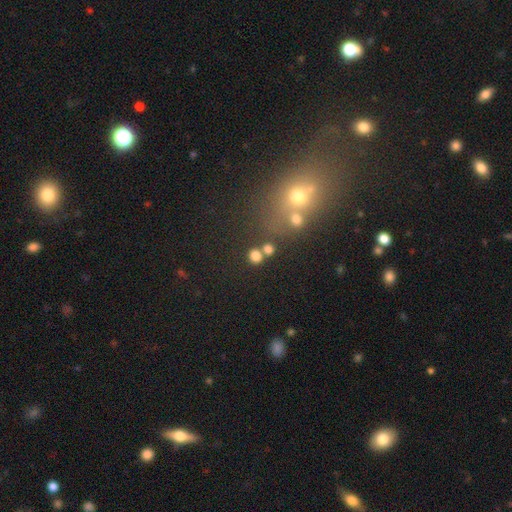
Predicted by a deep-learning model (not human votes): A smooth galaxy with no disk features (77%) that is round (85%). Merging: none (69%).